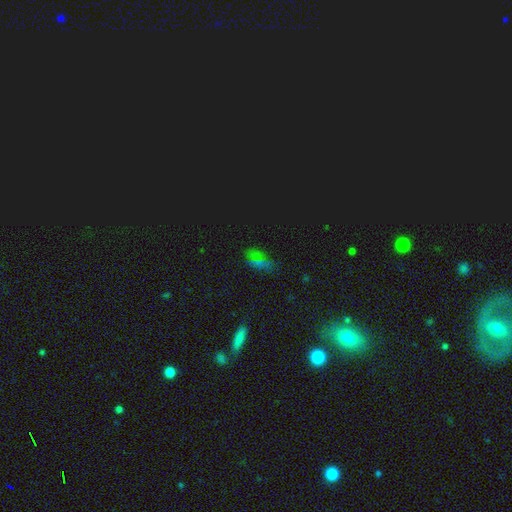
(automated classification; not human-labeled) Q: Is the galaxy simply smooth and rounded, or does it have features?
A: star or artifact — 52%.